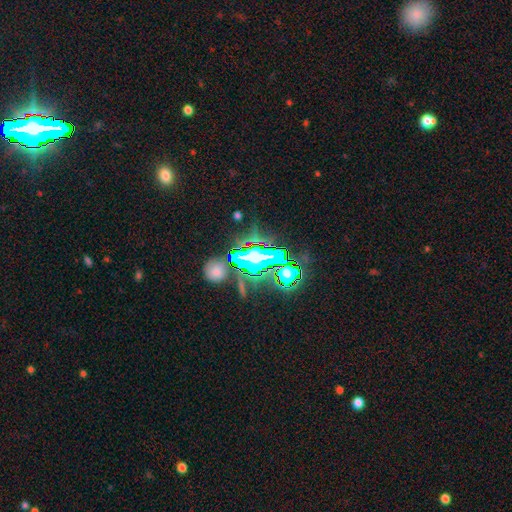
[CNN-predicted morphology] smooth_or_featured: star or artifact (p=0.65) [alt: featured or disk p=0.20]